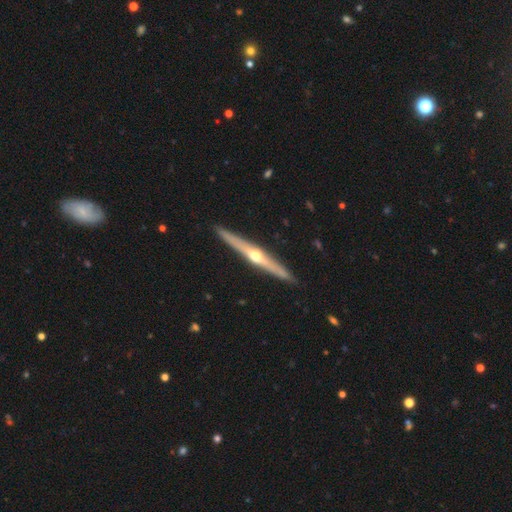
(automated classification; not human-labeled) Morphology: type=featured or disk (76%); edge-on=yes (98%); edge-on bulge=rounded (92%); merging=none (91%).